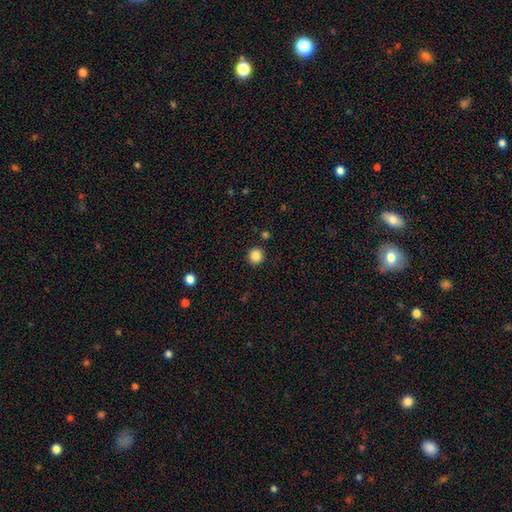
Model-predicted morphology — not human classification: This is clearly a smooth galaxy (85%). How rounded: clearly round (93%). Merging: clearly none (91%).